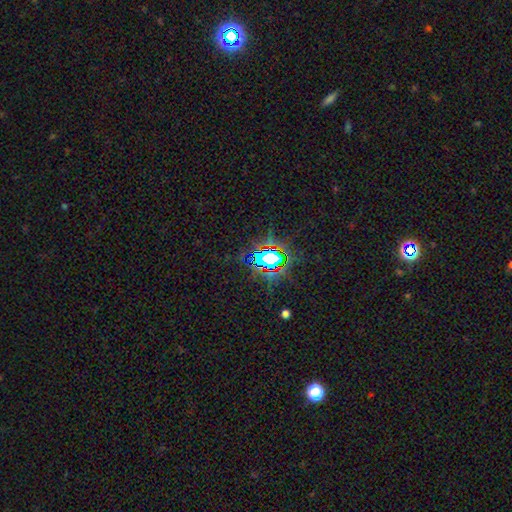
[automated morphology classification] Smooth or featured: star or artifact — 80% (smooth — 13%)